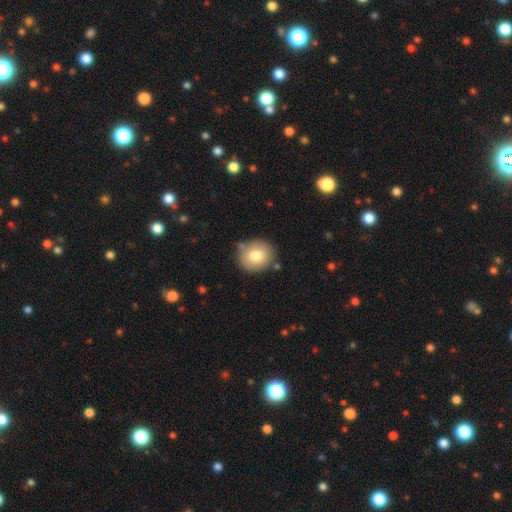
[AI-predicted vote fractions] This appears to be a smooth galaxy with no disk features (79%) that is round (73%). Merging: none (80%).